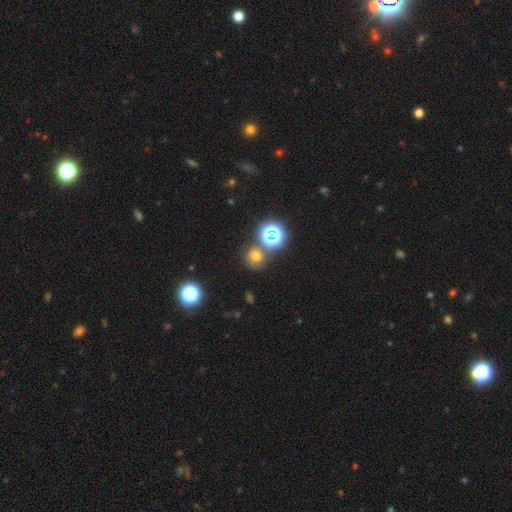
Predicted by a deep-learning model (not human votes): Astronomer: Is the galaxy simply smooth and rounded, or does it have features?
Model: smooth — 61%.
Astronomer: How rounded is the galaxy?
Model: round — 86%.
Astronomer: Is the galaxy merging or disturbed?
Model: none — 70%.